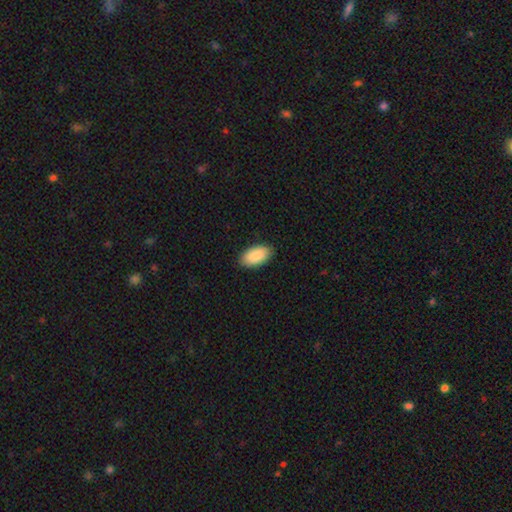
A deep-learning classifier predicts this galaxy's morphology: Smooth or featured? Predicted: smooth (p=0.91). How rounded? Predicted: in between (p=0.96). Merging? Predicted: none (p=0.88).